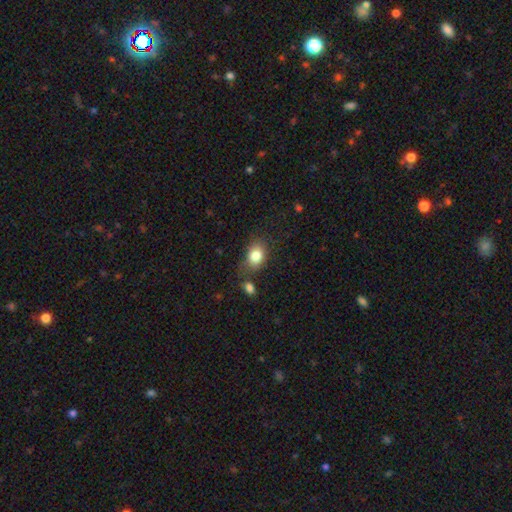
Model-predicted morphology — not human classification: Smooth or featured?
  - smooth: 83% *
  - star or artifact: 9%
  - featured or disk: 8%
How rounded?
  - in between: 72% *
  - round: 27%
  - cigar-shaped: 1%
Merging?
  - none: 68% *
  - minor disturbance: 18%
  - merger: 9%
  - major disturbance: 6%